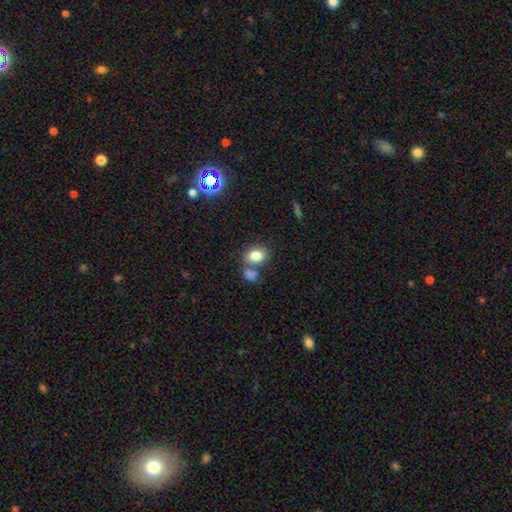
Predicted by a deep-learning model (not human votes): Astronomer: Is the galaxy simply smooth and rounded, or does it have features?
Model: smooth — 81%.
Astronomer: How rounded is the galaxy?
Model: in between — 53% (runner-up: round, 46%).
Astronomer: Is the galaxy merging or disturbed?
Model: none — 59%.